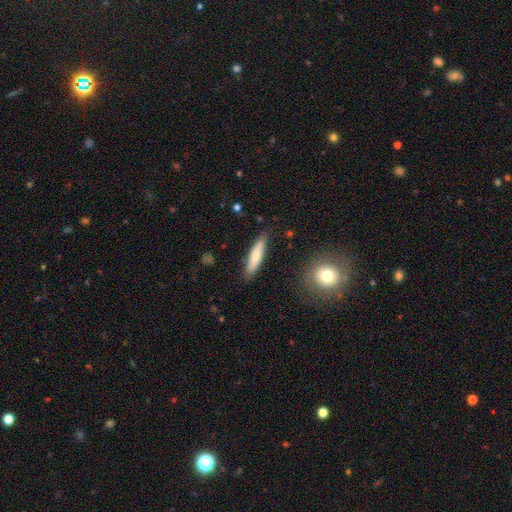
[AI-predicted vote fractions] Overall: smooth (71%). How rounded: cigar-shaped (77%). Merging: none (84%).